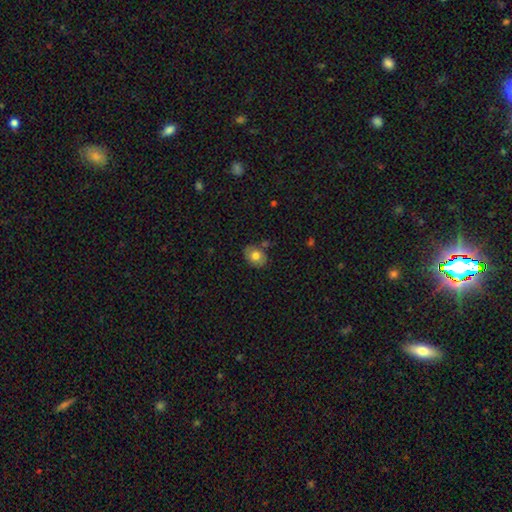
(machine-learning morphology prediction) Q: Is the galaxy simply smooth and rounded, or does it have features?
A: smooth — 73%.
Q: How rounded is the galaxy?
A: in between — 58%.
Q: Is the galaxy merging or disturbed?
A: none — 76%.